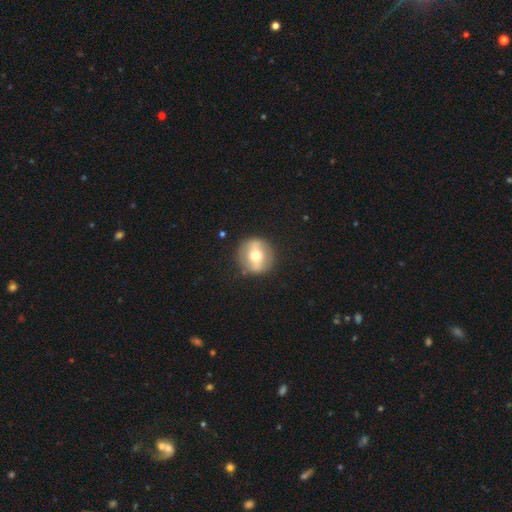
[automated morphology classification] smooth_or_featured: featured or disk (p=0.50) [alt: smooth p=0.43]
merging: none (p=0.86) [alt: minor disturbance p=0.09]